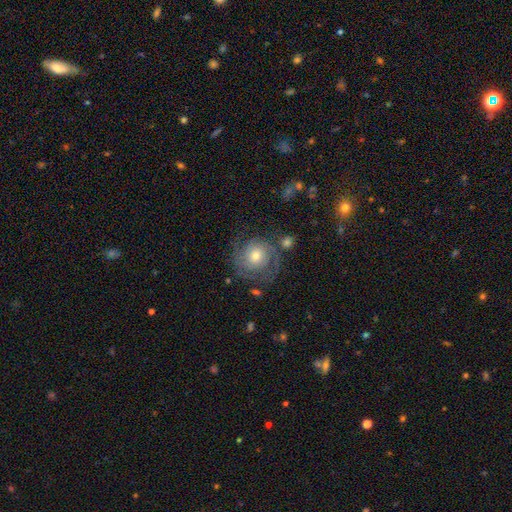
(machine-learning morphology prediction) This is likely a featured or disk galaxy (75%). It is clearly not viewed edge-on (98%). Bar: likely no (78%). Spiral arm pattern: clearly yes (93%). Spiral arm count: possibly 2 (56%). Spiral winding: possibly tight (58%). Central bulge: possibly moderate (57%). Merging: likely none (70%).